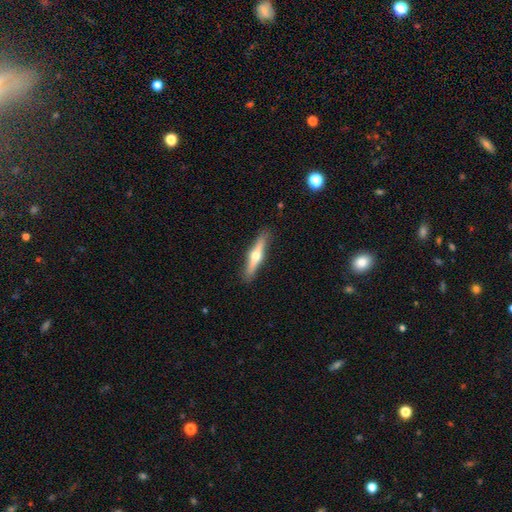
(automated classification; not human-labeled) Smooth or featured? featured or disk (59%)
Edge-on disk? yes (96%)
Edge-on bulge? rounded (92%)
Merging? none (89%)